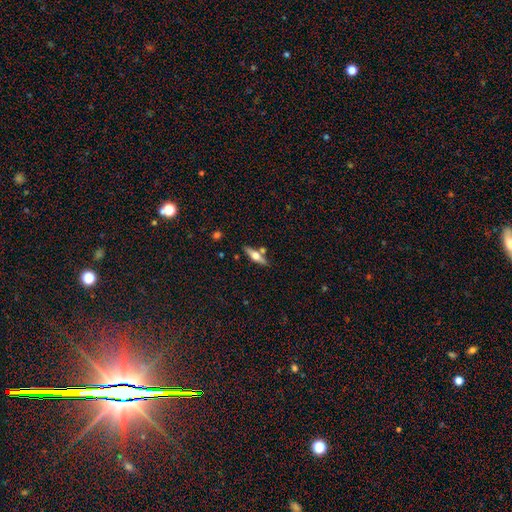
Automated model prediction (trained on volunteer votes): smooth-or-featured: featured or disk: 58% | smooth: 36% | star or artifact: 6%
  disk-edge-on: yes: 94% | no: 6%
    edge-on-bulge: rounded: 94% | boxy: 4% | none: 2%
  merging: none: 76% | merger: 11% | minor disturbance: 11% | major disturbance: 3%